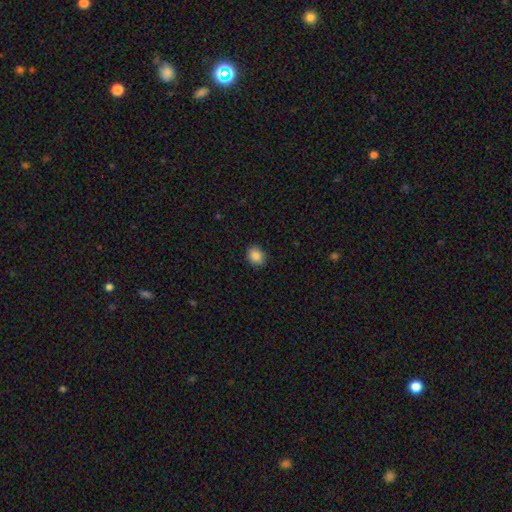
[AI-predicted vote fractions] The model was most divided on "how rounded": round: 55%, in between: 44%, cigar-shaped: 1%. More confident: merging — none (89%); smooth or featured — smooth (86%).